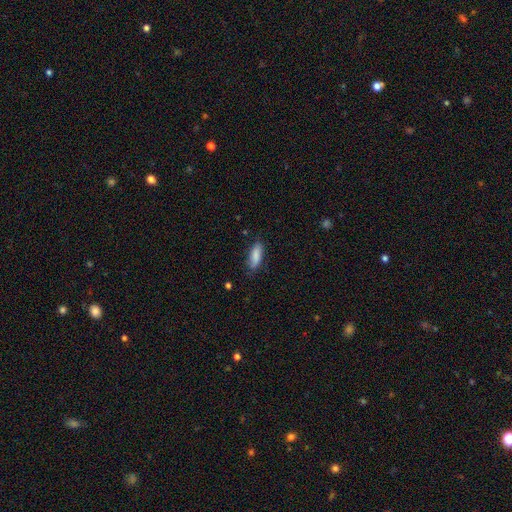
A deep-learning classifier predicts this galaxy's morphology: Q: Smooth or featured?
A: smooth (86%); runner-up: featured or disk (8%)
Q: How rounded?
A: in between (63%); runner-up: cigar-shaped (35%)
Q: Merging?
A: none (78%); runner-up: minor disturbance (17%)